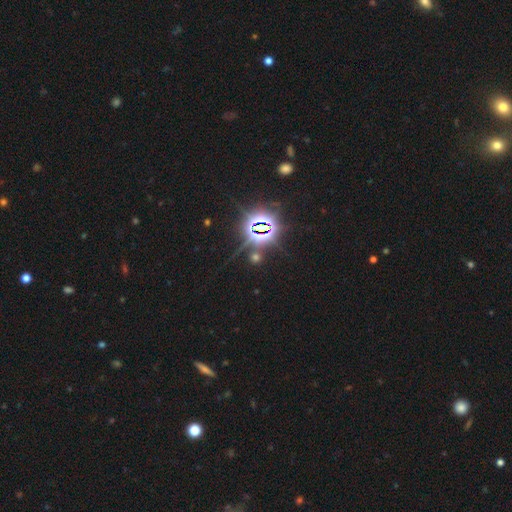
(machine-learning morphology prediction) Overall: star or artifact (83%).